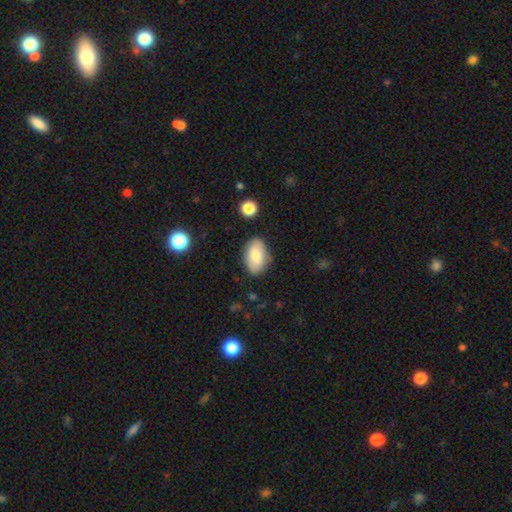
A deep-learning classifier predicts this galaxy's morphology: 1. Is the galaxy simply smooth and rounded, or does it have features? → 77% smooth, 16% featured or disk, 7% star or artifact.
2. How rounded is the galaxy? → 92% in between, 7% round, 2% cigar-shaped.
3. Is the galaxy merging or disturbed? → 80% none, 15% minor disturbance, 3% major disturbance, 2% merger.